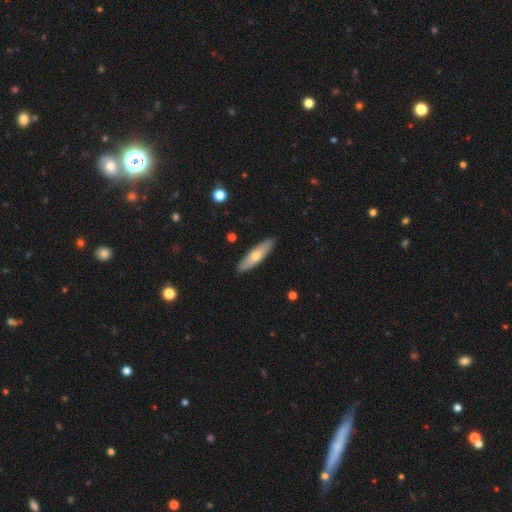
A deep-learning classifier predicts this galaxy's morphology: smooth-or-featured: smooth: 62% | featured or disk: 33% | star or artifact: 5%
  how-rounded: cigar-shaped: 68% | in between: 30% | round: 2%
  merging: none: 90% | minor disturbance: 7% | major disturbance: 1% | merger: 1%